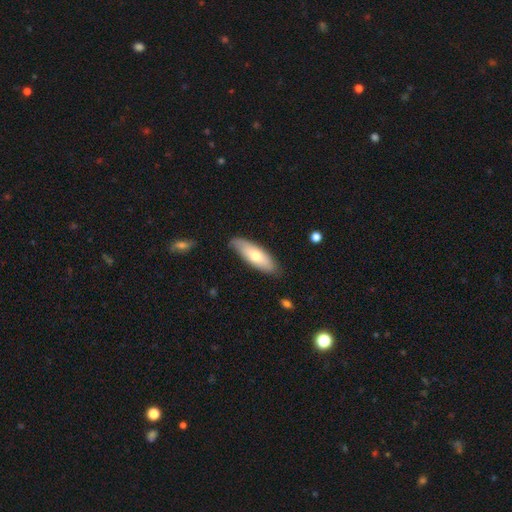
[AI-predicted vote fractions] smooth_or_featured: smooth (p=0.64) [alt: featured or disk p=0.30]
how_rounded: in between (p=0.63) [alt: cigar-shaped p=0.35]
merging: none (p=0.79) [alt: minor disturbance p=0.17]